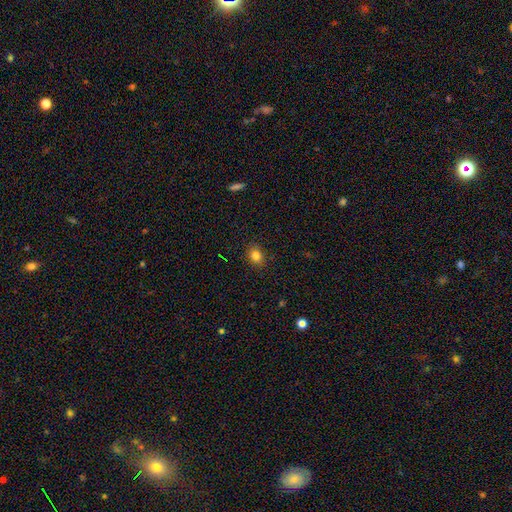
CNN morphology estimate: The model was most divided on "how rounded": round: 52%, in between: 47%, cigar-shaped: 1%. More confident: merging — none (88%); smooth or featured — smooth (82%).